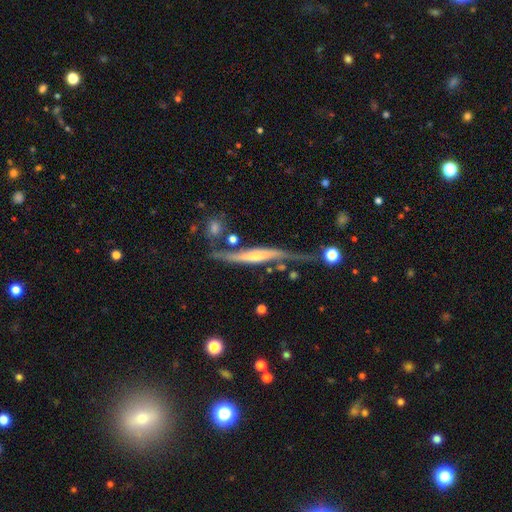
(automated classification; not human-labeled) Q: Smooth or featured?
A: featured or disk (79%); runner-up: smooth (15%)
Q: Edge-on disk?
A: yes (89%); runner-up: no (11%)
Q: Edge-on bulge?
A: rounded (69%); runner-up: none (20%)
Q: Merging?
A: none (53%); runner-up: minor disturbance (24%)